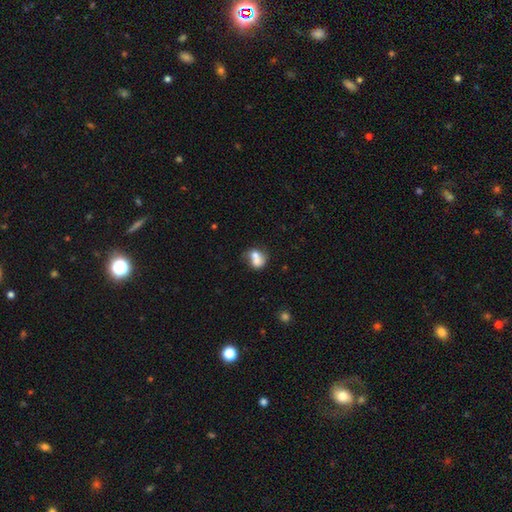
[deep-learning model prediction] Smooth or featured?
  - smooth: 69% *
  - featured or disk: 22%
  - star or artifact: 9%
How rounded?
  - in between: 53% *
  - round: 46%
  - cigar-shaped: 2%
Merging?
  - merger: 62% *
  - none: 21%
  - minor disturbance: 10%
  - major disturbance: 7%